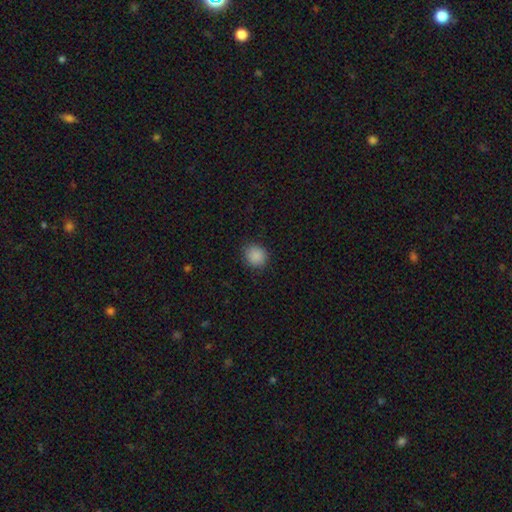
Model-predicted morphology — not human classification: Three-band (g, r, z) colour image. It shows a smooth galaxy with no disk features (88%) that is round (83%). Merging: none (87%).